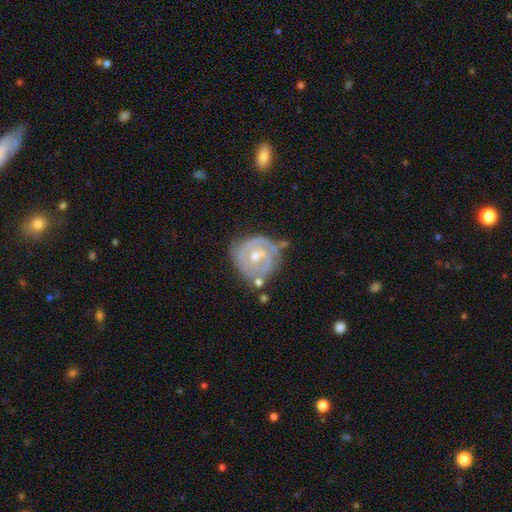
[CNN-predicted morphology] This is clearly a featured or disk galaxy (86%). It is clearly not viewed edge-on (98%). Bar: possibly no (57%). Spiral arm pattern: clearly yes (93%). Spiral arm count: possibly 2 (45%). Spiral winding: likely tight (72%). Central bulge: possibly moderate (60%). Merging: likely none (61%).